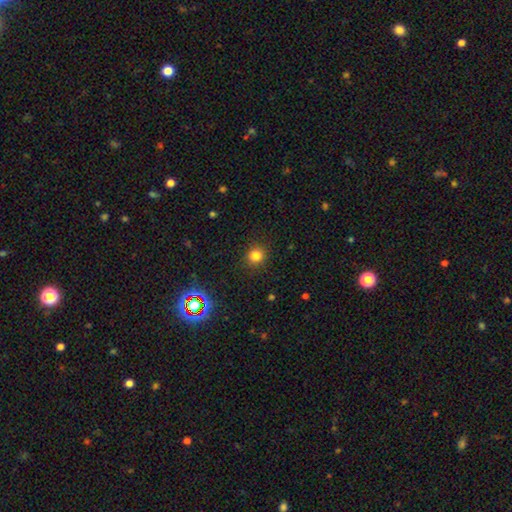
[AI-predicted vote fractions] Smooth or featured: smooth — 80% (star or artifact — 15%)
How rounded: round — 89% (in between — 10%)
Merging: none — 90% (minor disturbance — 7%)